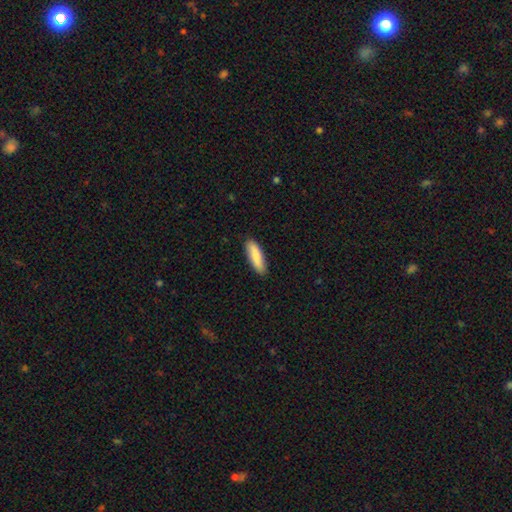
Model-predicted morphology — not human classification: type=smooth (88%); roundness=cigar-shaped (57%); merging=none (88%).